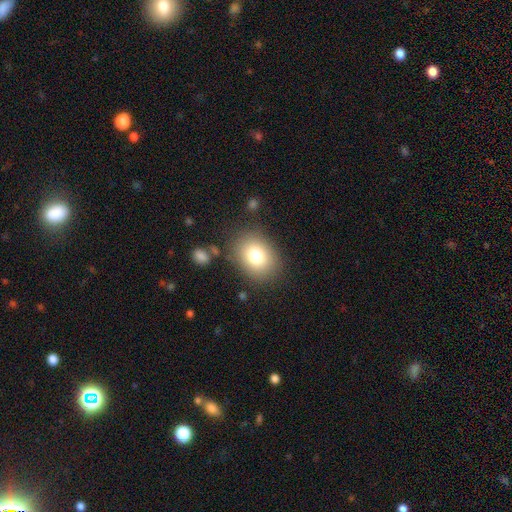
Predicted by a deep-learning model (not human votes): smooth-or-featured: smooth: 78% | star or artifact: 11% | featured or disk: 11%
  how-rounded: in between: 55% | round: 44% | cigar-shaped: 1%
  merging: none: 82% | minor disturbance: 11% | major disturbance: 4% | merger: 3%